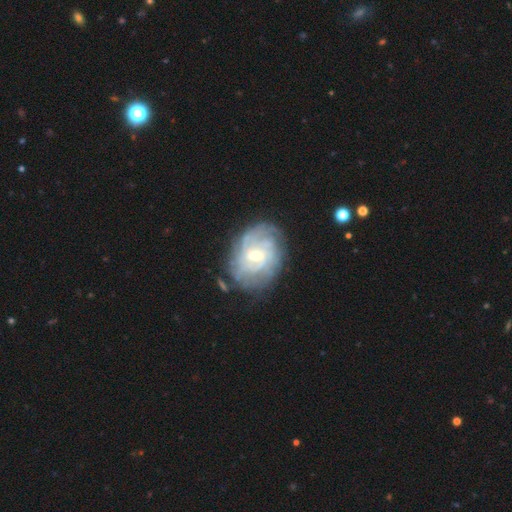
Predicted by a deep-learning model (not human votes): This is likely a featured or disk galaxy (78%). It is clearly not viewed edge-on (97%). Bar: possibly weak (55%). Spiral arm pattern: clearly yes (87%). Spiral arm count: possibly can't tell (51%). Spiral winding: likely tight (60%). Central bulge: possibly moderate (56%). Merging: likely none (69%).